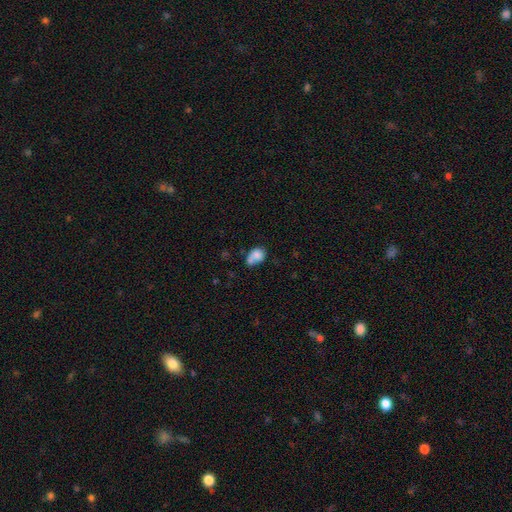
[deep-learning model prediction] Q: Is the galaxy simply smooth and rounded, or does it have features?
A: smooth — 77%.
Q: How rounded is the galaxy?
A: in between — 67%.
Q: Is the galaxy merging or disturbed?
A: merger — 34%.